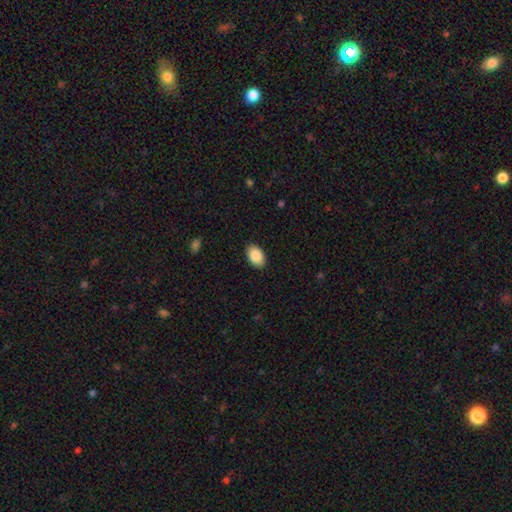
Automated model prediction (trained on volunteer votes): This is clearly a smooth galaxy (89%). How rounded: clearly in between (90%). Merging: clearly none (89%).